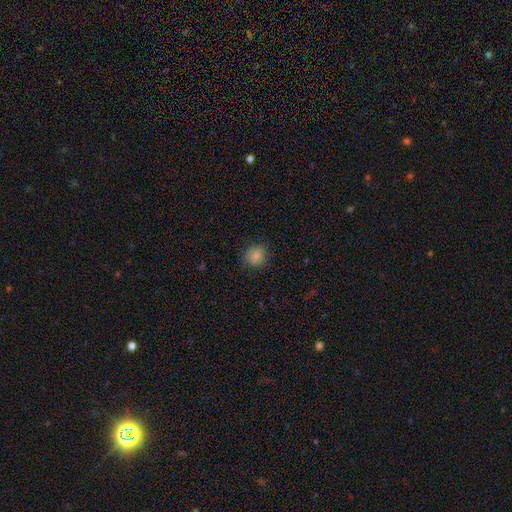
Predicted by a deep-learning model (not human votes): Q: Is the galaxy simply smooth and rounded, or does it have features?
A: smooth — 86%.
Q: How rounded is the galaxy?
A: round — 83%.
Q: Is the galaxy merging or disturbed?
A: none — 86%.